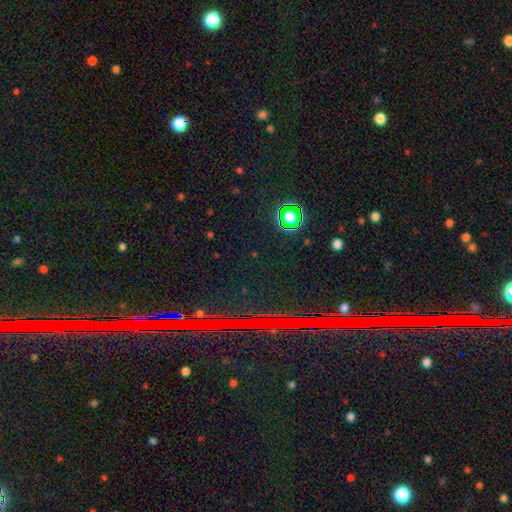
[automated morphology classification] This appears to be a star or artifact, not a galaxy (84%).